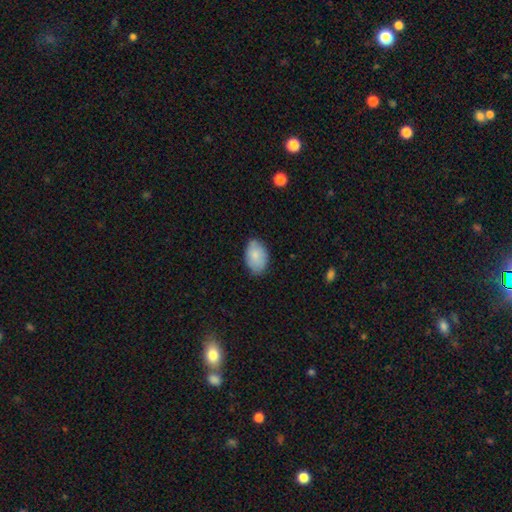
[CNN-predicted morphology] This is clearly a smooth galaxy (83%). How rounded: clearly in between (89%). Merging: likely none (79%).